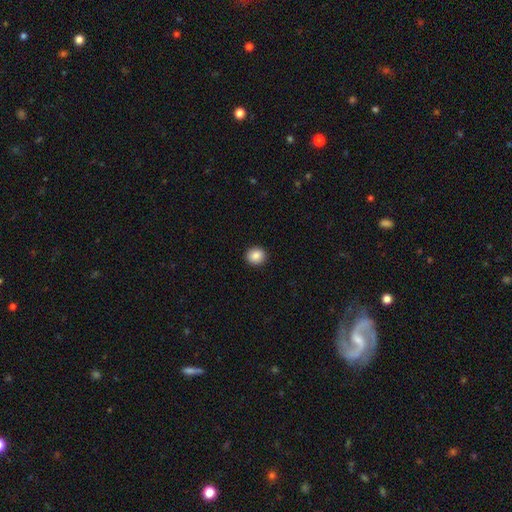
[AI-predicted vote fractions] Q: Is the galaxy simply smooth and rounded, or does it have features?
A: smooth — 87%.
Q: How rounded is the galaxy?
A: round — 83%.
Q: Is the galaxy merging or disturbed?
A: none — 92%.